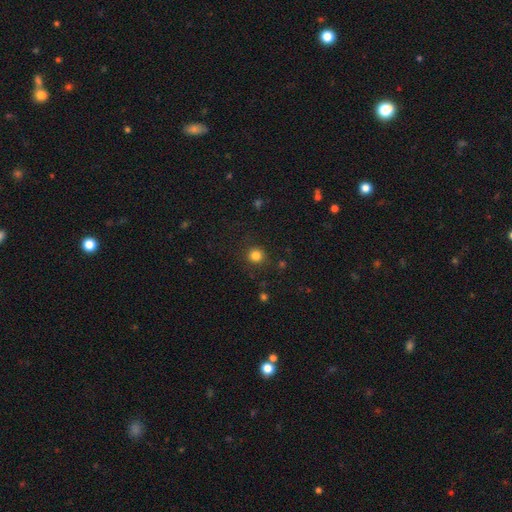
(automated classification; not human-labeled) Smooth or featured?
  - smooth: 83% *
  - star or artifact: 13%
  - featured or disk: 5%
How rounded?
  - round: 92% *
  - in between: 7%
  - cigar-shaped: 1%
Merging?
  - none: 89% *
  - minor disturbance: 7%
  - major disturbance: 3%
  - merger: 1%